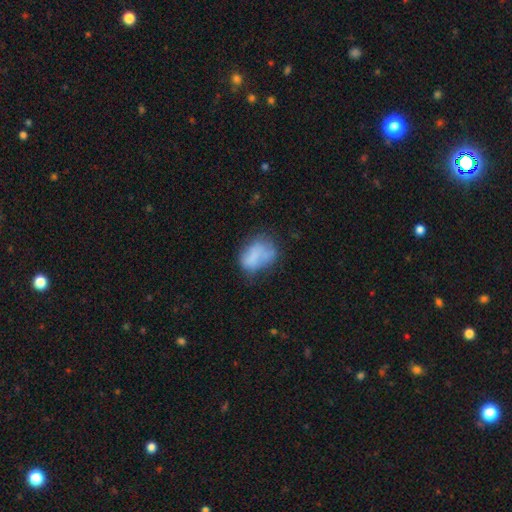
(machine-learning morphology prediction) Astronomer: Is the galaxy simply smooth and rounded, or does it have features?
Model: smooth — 66%.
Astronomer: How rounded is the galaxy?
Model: in between — 75%.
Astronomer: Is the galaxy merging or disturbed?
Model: none — 37% (runner-up: minor disturbance, 31%).